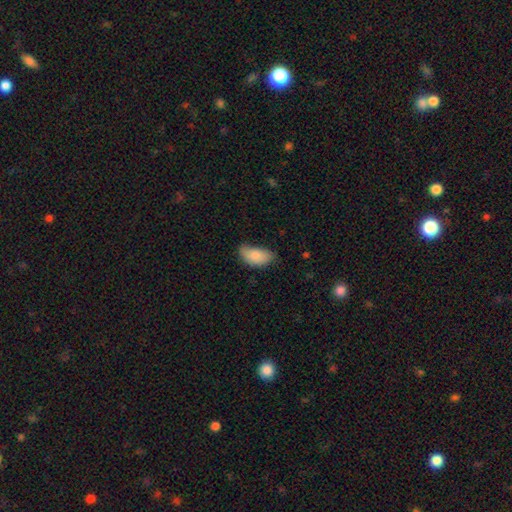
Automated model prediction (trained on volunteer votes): A smooth galaxy with no disk features (84%) that is in between round and cigar-shaped (94%). Merging: none (47%).